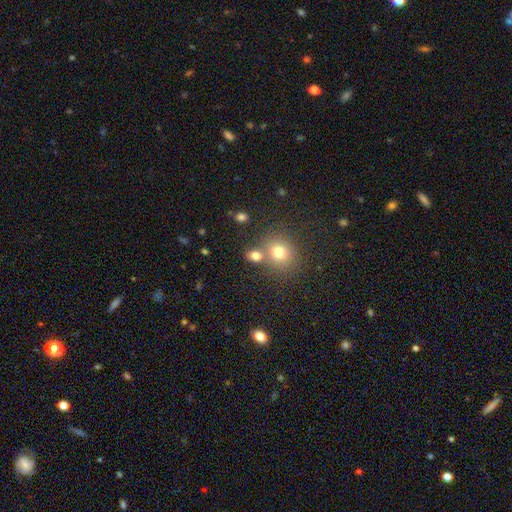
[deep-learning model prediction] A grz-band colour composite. It shows a smooth galaxy with no disk features (75%) that is round (57%). Merging: none (56%).